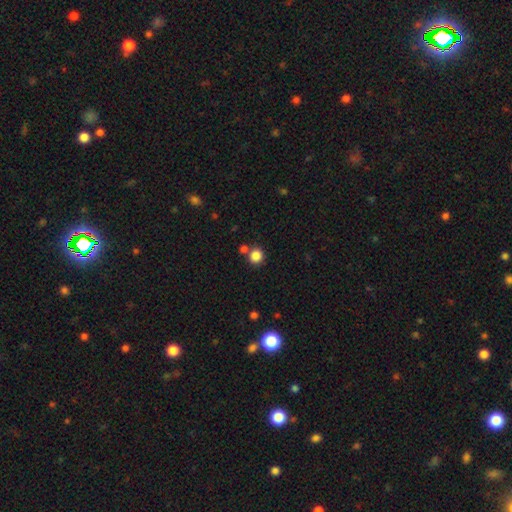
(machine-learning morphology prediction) Smooth or featured? smooth (85%)
How rounded? round (90%)
Merging? none (73%)